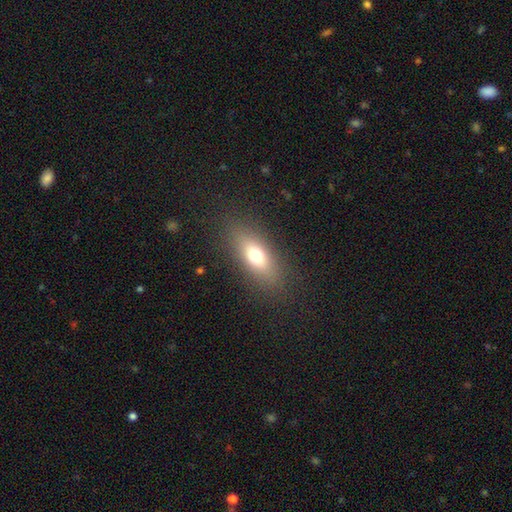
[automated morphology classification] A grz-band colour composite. It shows a smooth galaxy with no disk features (69%) that is in between round and cigar-shaped (70%). Merging: none (85%).